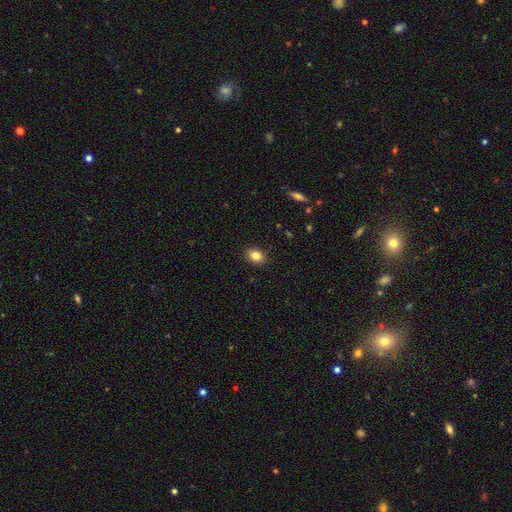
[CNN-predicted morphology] This appears to be a smooth galaxy with no disk features (83%) that is in between round and cigar-shaped (58%). Merging: none (88%).